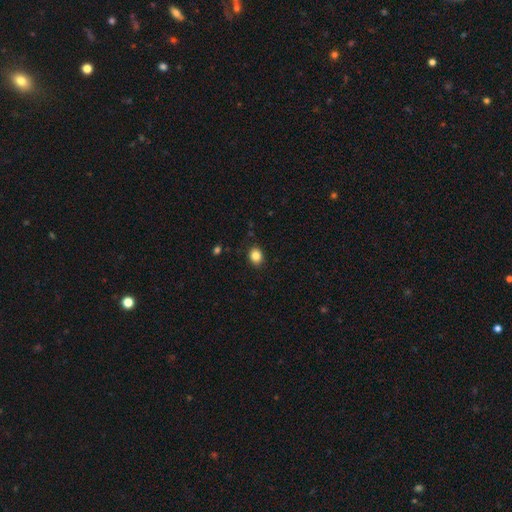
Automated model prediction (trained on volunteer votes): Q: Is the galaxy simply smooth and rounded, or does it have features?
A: smooth — 85%.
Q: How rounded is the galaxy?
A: round — 50%.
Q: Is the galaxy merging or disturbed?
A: none — 89%.